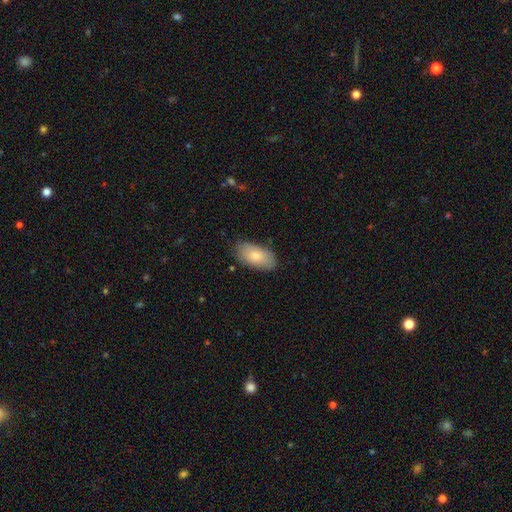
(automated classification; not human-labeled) smooth-or-featured: smooth: 80% | featured or disk: 14% | star or artifact: 6%
  how-rounded: in between: 94% | cigar-shaped: 3% | round: 3%
  merging: none: 80% | minor disturbance: 16% | major disturbance: 3% | merger: 1%